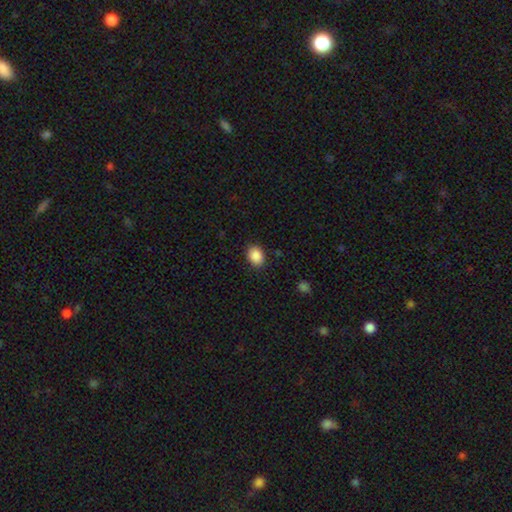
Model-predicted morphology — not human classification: This is clearly a smooth galaxy (89%). How rounded: possibly in between (58%). Merging: clearly none (87%).